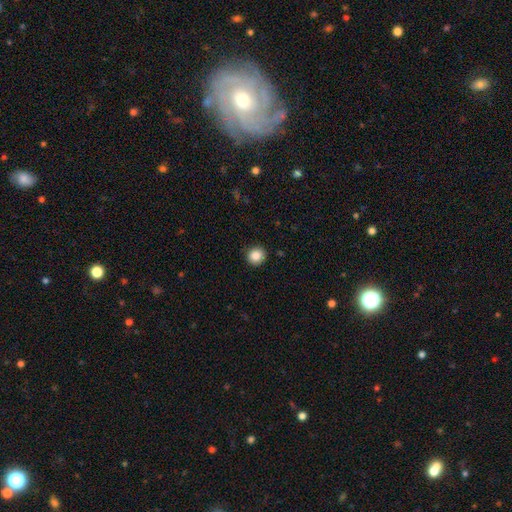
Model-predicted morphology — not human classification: This appears to be a smooth galaxy with no disk features (87%) that is round (93%). Merging: none (91%).